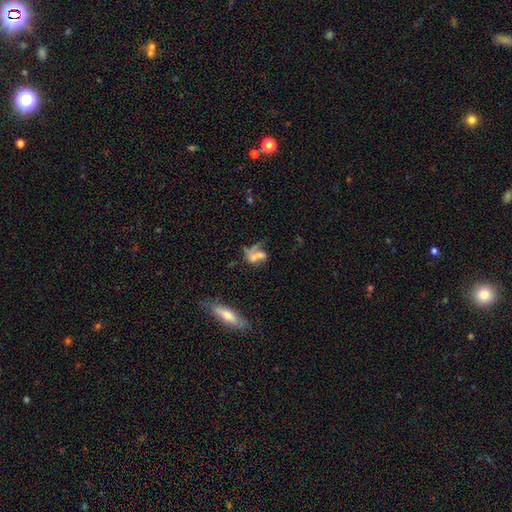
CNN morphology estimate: smooth_or_featured: smooth (p=0.53) [alt: featured or disk p=0.31]
how_rounded: in between (p=0.64) [alt: round p=0.22]
merging: merger (p=0.42) [alt: none p=0.26]